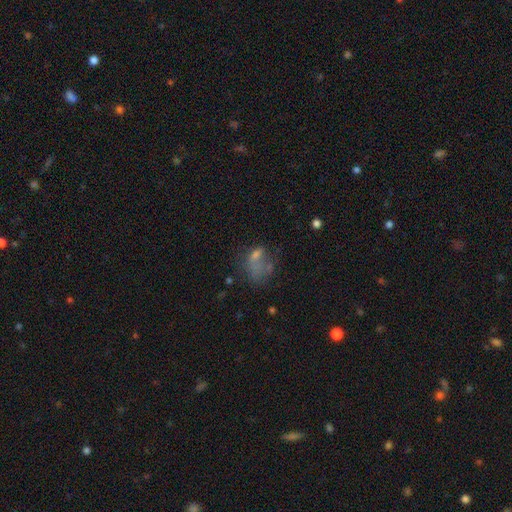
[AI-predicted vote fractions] Q: Smooth or featured?
A: smooth (48%); runner-up: featured or disk (30%)
Q: Merging?
A: major disturbance (37%); runner-up: none (30%)